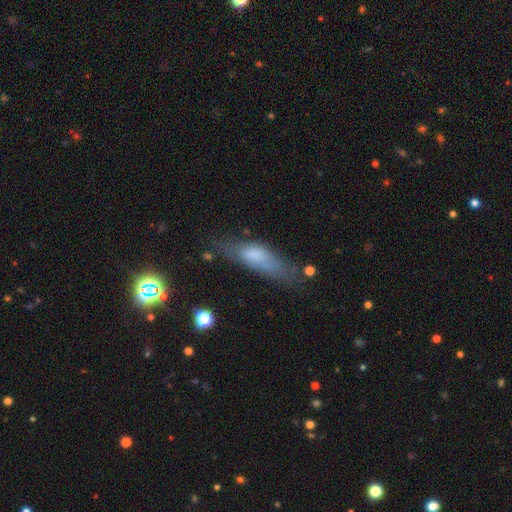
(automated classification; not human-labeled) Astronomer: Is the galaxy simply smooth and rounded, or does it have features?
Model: smooth — 64%.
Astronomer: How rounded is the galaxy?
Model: cigar-shaped — 53% (runner-up: in between, 45%).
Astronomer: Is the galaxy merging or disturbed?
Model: none — 56%.